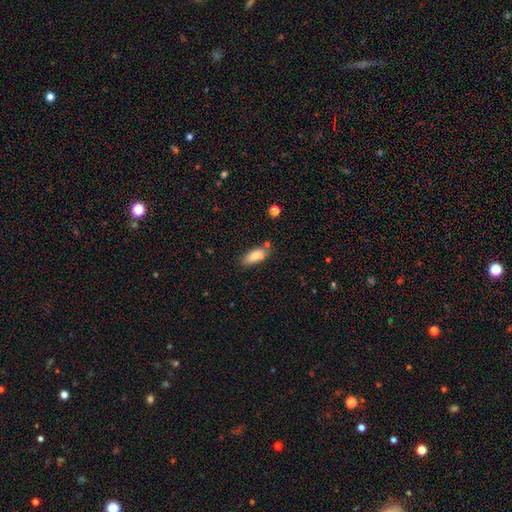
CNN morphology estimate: A smooth galaxy with no disk features (74%) that is in between round and cigar-shaped (75%).

Vote fractions:
- Smooth or featured? smooth: 74% / featured or disk: 18% / star or artifact: 8%
- How rounded? in between: 75% / cigar-shaped: 22% / round: 3%
- Merging? none: 66% / minor disturbance: 16% / merger: 14% / major disturbance: 4%